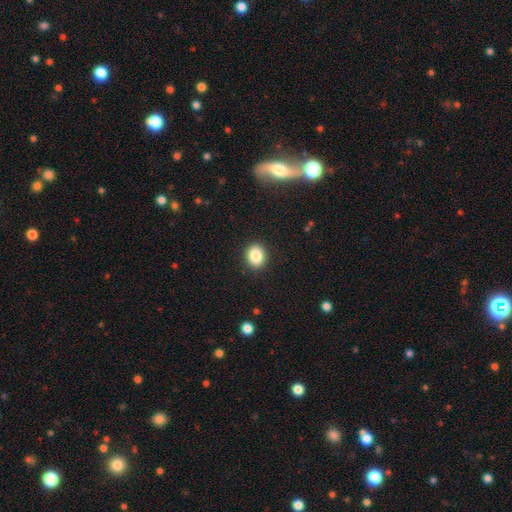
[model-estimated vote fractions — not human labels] smooth 85%, star or artifact 10%, featured or disk 5%. Down the decision tree: how rounded — round (59%); merging — none (90%).